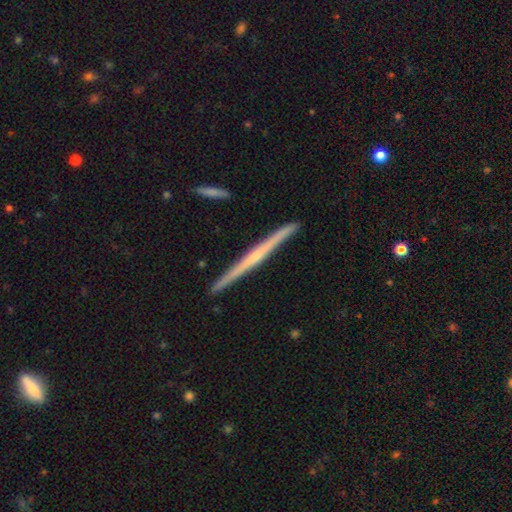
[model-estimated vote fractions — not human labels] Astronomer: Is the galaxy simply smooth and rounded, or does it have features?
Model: featured or disk — 74%.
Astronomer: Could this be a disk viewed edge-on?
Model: yes — 98%.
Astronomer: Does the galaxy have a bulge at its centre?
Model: none — 49% (runner-up: rounded, 44%).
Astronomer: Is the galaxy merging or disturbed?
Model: none — 92%.